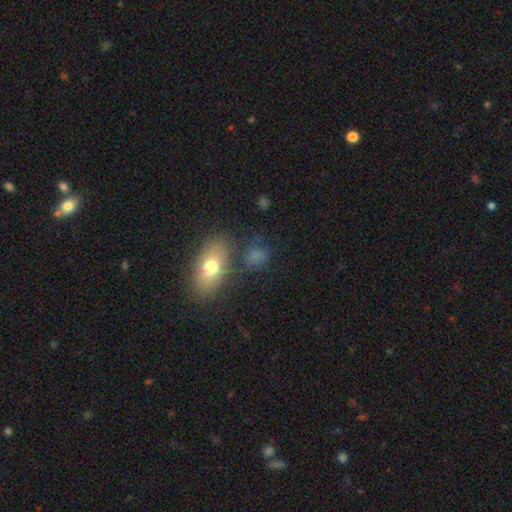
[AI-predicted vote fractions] Smooth or featured: smooth — 70% (star or artifact — 15%)
How rounded: in between — 60% (round — 36%)
Merging: none — 67% (minor disturbance — 15%)